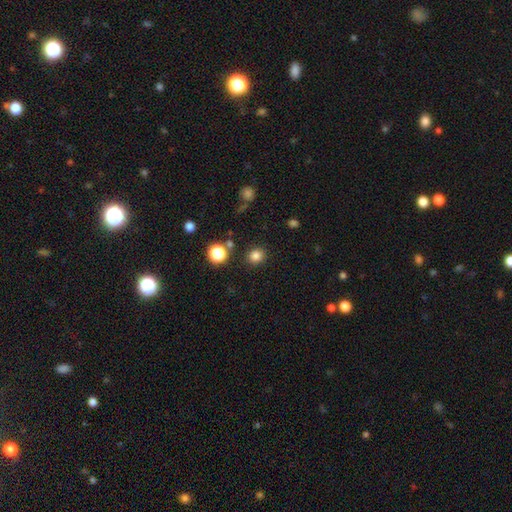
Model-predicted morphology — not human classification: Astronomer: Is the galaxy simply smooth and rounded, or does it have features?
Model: smooth — 82%.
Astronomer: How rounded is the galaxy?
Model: round — 79%.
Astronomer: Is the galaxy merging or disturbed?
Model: none — 87%.